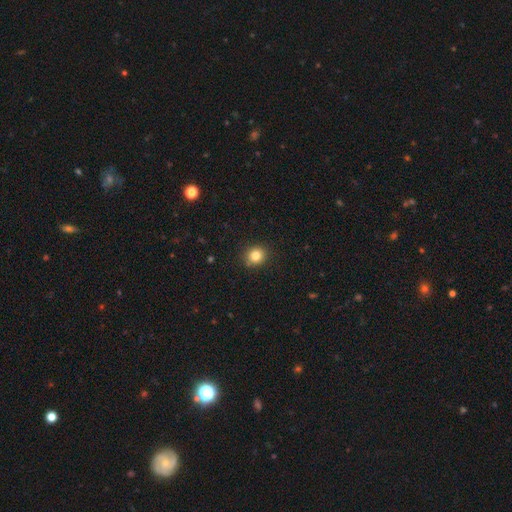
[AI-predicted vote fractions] This appears to be a smooth galaxy with no disk features (82%) that is round (83%). Merging: none (89%).